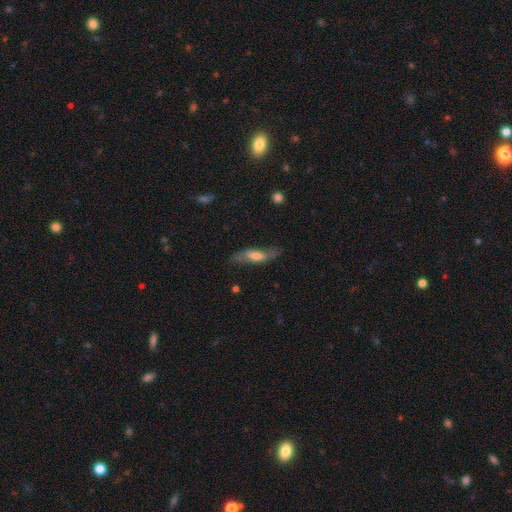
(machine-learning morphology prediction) smooth-or-featured: featured or disk: 49% | smooth: 43% | star or artifact: 8%
  merging: none: 69% | minor disturbance: 20% | major disturbance: 8% | merger: 2%